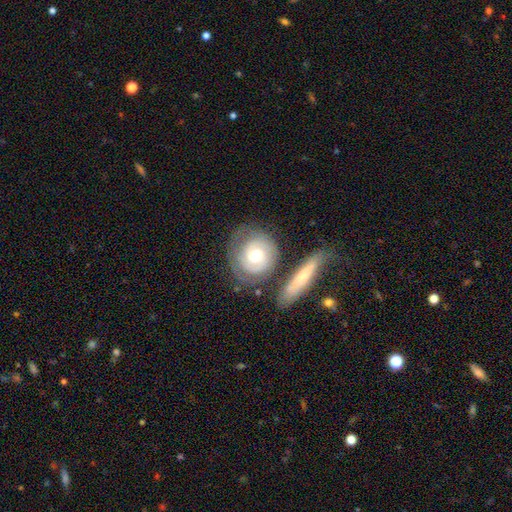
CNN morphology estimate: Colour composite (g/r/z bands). It shows a featured or disk galaxy (59%) with no bar (80%), spiral arms (77%) and a moderate central bulge (72%). Merging: none (63%).